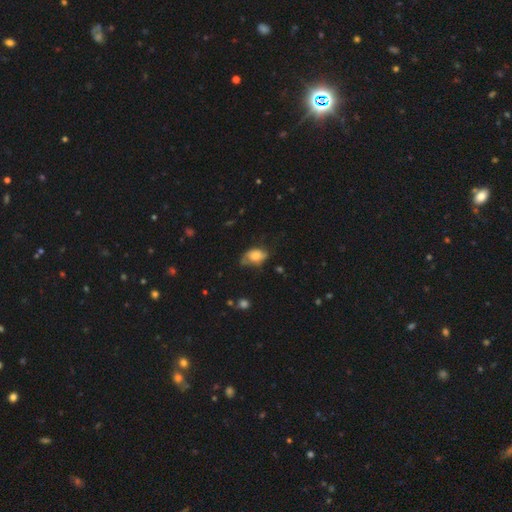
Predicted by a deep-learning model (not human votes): The model was most divided on "merging": none: 49%, minor disturbance: 35%, major disturbance: 14%, merger: 3%. More confident: how rounded — in between (87%); smooth or featured — smooth (68%).